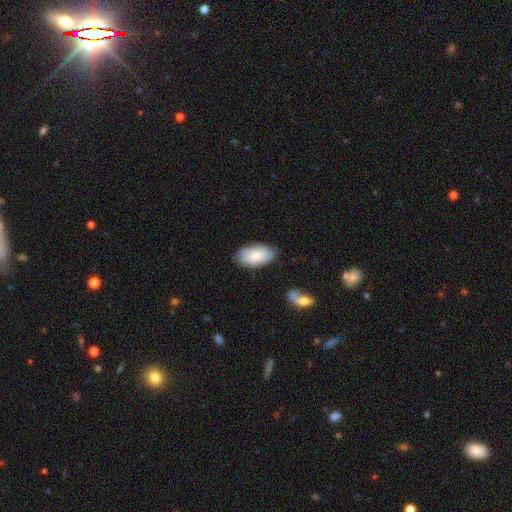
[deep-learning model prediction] Smooth or featured: smooth — 78% (featured or disk — 16%)
How rounded: in between — 95% (round — 3%)
Merging: none — 79% (minor disturbance — 16%)